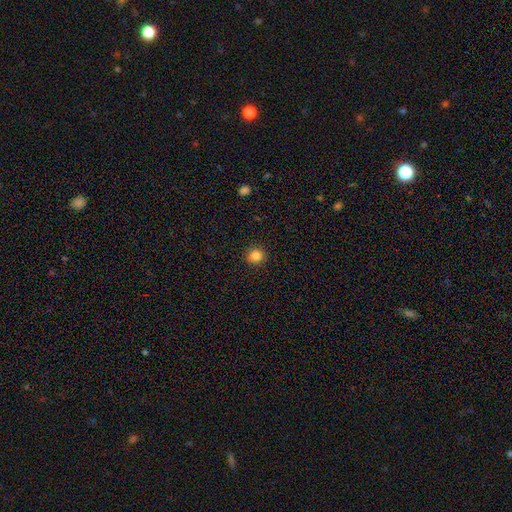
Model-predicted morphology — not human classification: Q: Smooth or featured?
A: smooth (85%); runner-up: star or artifact (11%)
Q: How rounded?
A: round (90%); runner-up: in between (9%)
Q: Merging?
A: none (90%); runner-up: minor disturbance (7%)